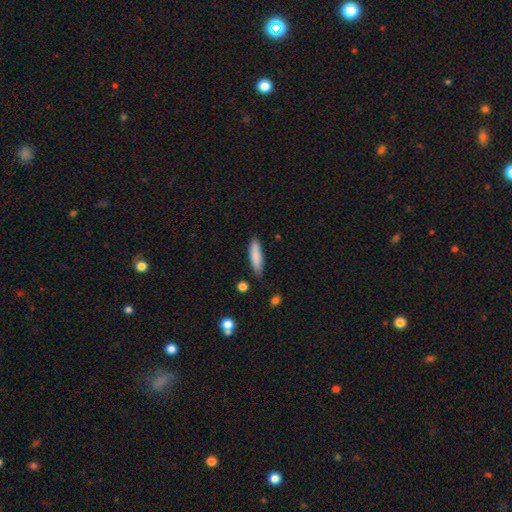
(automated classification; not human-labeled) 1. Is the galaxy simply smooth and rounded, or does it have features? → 85% smooth, 9% featured or disk, 6% star or artifact.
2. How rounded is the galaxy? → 71% cigar-shaped, 27% in between, 1% round.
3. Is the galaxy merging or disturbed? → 82% none, 13% minor disturbance, 2% major disturbance, 2% merger.